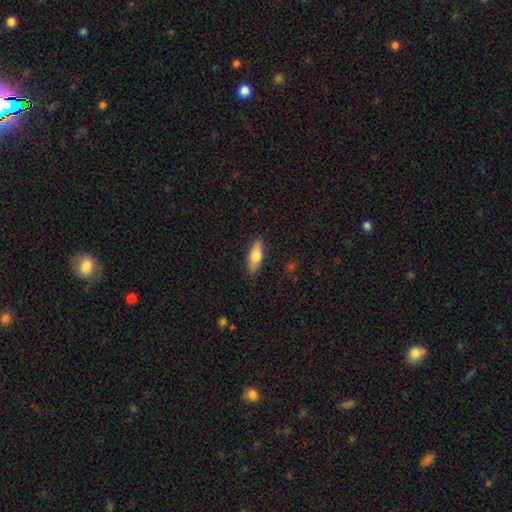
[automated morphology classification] Q: Smooth or featured?
A: smooth (67%); runner-up: featured or disk (27%)
Q: How rounded?
A: in between (59%); runner-up: cigar-shaped (38%)
Q: Merging?
A: none (88%); runner-up: minor disturbance (9%)